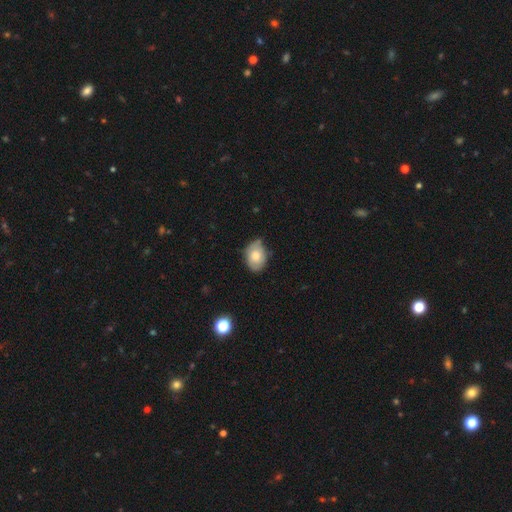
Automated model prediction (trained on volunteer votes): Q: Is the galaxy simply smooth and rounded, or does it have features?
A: smooth — 73%.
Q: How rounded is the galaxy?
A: in between — 77%.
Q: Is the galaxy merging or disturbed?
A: none — 58%.